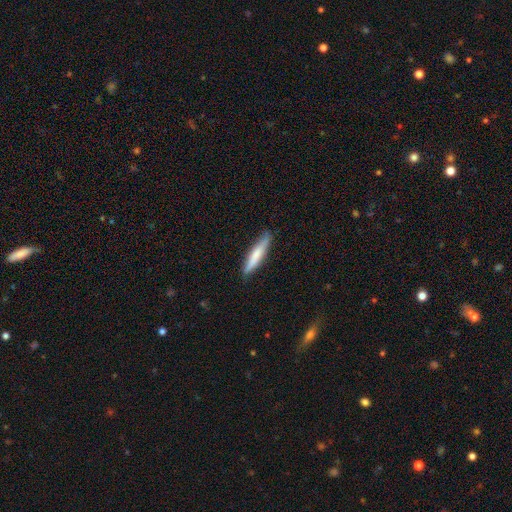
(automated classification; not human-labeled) A smooth galaxy with no disk features (68%) that is cigar-shaped (89%). Merging: none (86%).